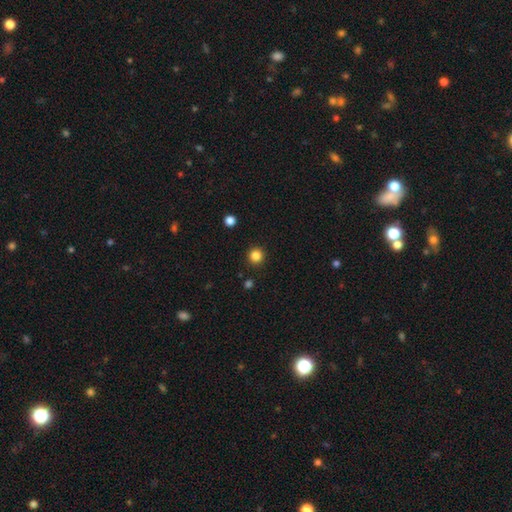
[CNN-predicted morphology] Smooth or featured? Predicted: smooth (p=0.84). How rounded? Predicted: round (p=0.95). Merging? Predicted: none (p=0.92).